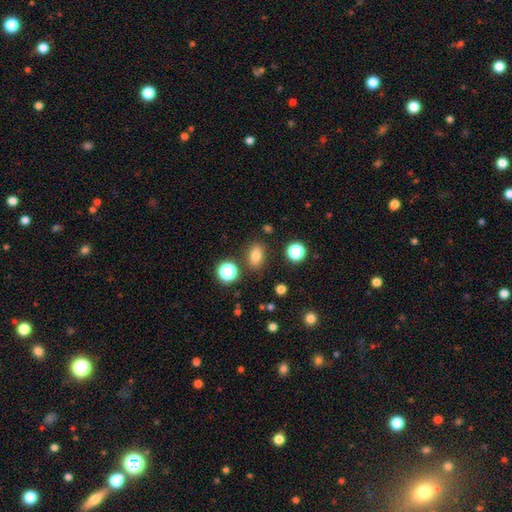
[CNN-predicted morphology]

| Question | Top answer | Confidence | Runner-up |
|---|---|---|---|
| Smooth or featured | smooth | 76% | star or artifact (15%) |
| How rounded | in between | 73% | round (25%) |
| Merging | none | 83% | minor disturbance (10%) |